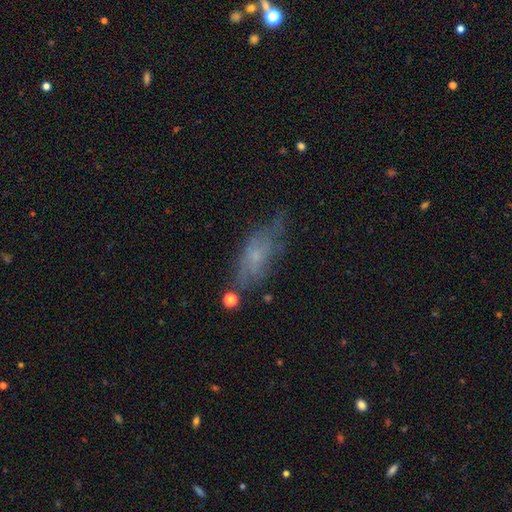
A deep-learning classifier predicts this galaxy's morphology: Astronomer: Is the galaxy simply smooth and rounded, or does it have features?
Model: smooth — 46% (runner-up: featured or disk, 41%).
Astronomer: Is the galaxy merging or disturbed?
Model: none — 52% (runner-up: minor disturbance, 28%).